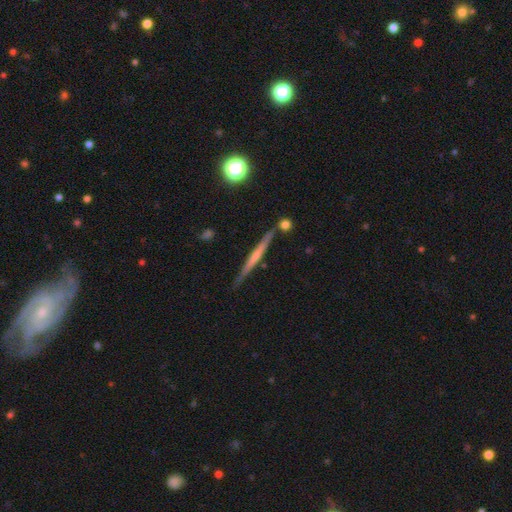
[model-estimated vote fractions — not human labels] This appears to be a featured or disk galaxy (58%) viewed edge-on (97%) with no central bulge (66%). Merging: none (82%).